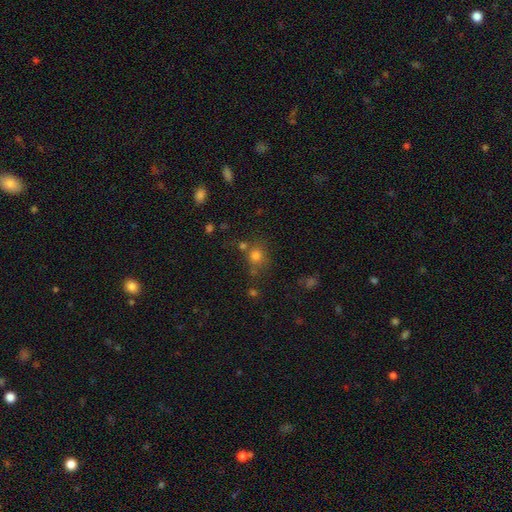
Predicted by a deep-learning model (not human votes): Overall: smooth (74%). How rounded: round (78%). Merging: none (63%).